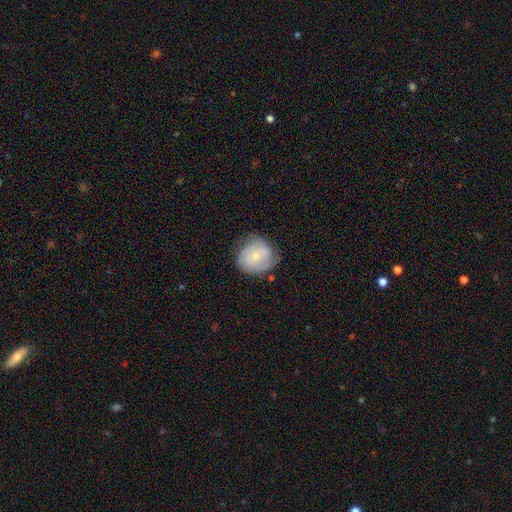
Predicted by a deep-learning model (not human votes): The model was most divided on "smooth or featured": smooth: 52%, featured or disk: 41%, star or artifact: 7%. More confident: how rounded — round (78%); merging — none (56%).